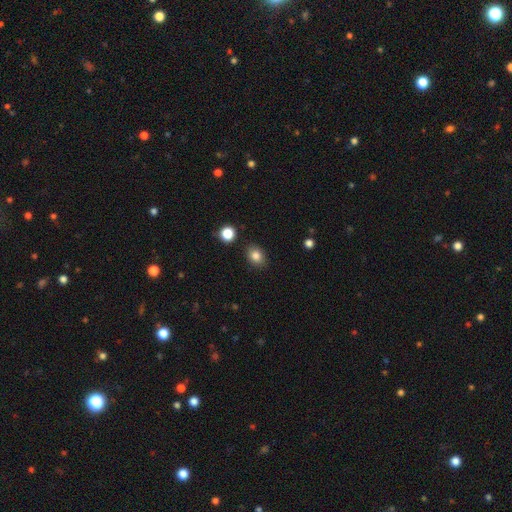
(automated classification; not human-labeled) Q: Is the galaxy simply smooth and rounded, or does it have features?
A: smooth — 84%.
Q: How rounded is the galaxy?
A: in between — 60%.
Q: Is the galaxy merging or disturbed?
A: none — 86%.